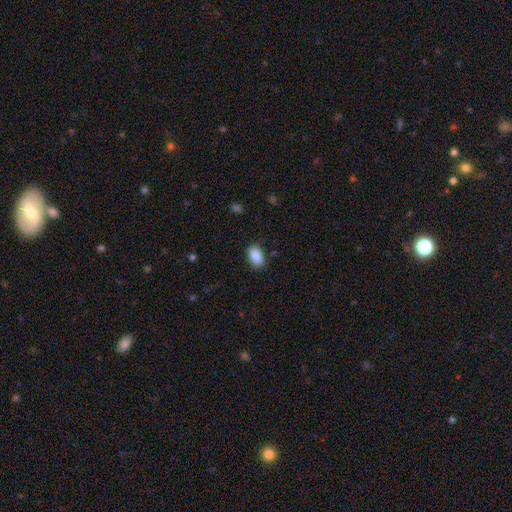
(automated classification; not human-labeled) smooth 88%, star or artifact 7%, featured or disk 5%. Down the decision tree: how rounded — in between (91%); merging — none (83%).